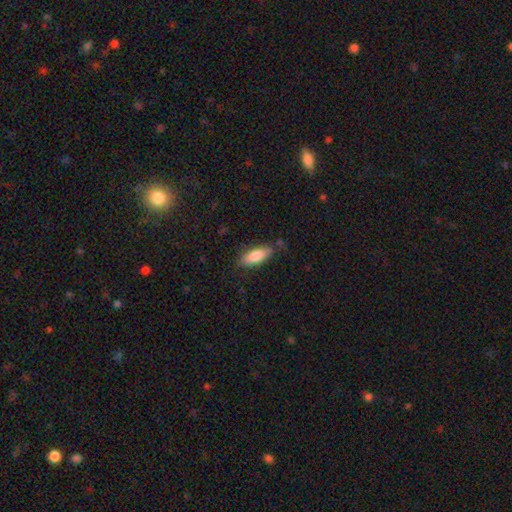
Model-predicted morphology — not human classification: Smooth or featured? Predicted: smooth (p=0.83). How rounded? Predicted: in between (p=0.72). Merging? Predicted: none (p=0.78).